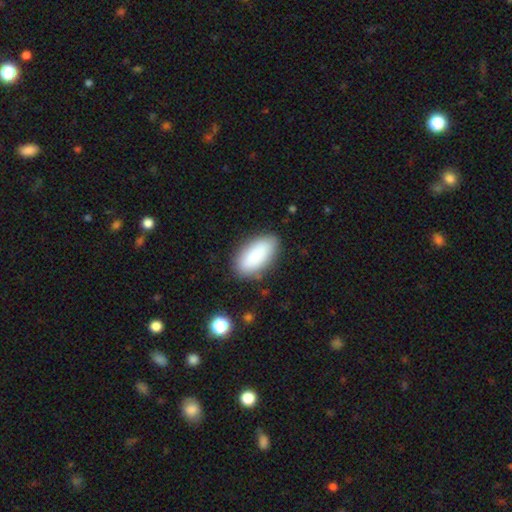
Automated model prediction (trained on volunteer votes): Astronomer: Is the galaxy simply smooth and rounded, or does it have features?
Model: smooth — 86%.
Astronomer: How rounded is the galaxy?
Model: in between — 91%.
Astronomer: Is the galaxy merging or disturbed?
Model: none — 82%.